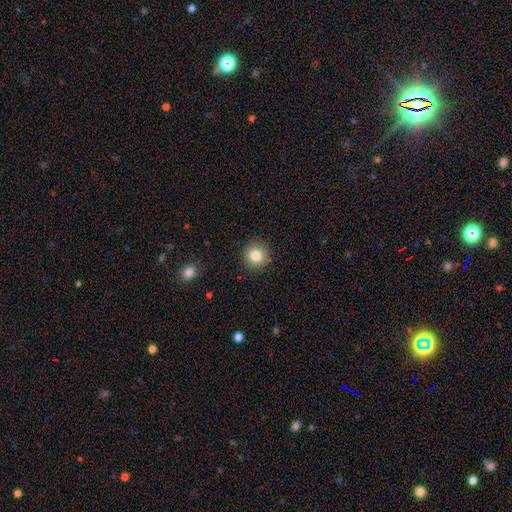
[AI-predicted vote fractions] The model was most divided on "smooth or featured": smooth: 82%, star or artifact: 10%, featured or disk: 7%. More confident: how rounded — round (93%); merging — none (90%).